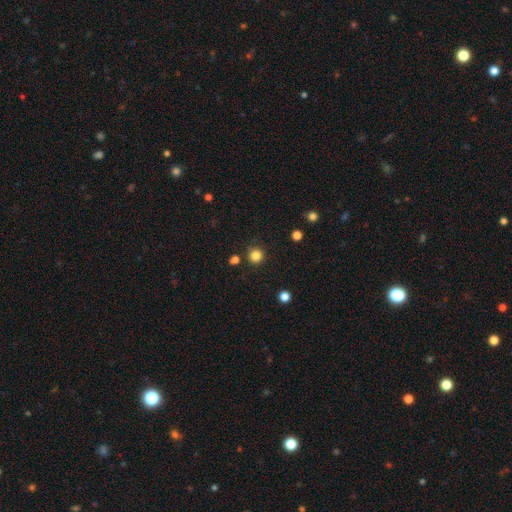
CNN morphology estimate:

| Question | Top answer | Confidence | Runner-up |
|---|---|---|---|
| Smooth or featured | smooth | 83% | star or artifact (13%) |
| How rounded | round | 94% | in between (5%) |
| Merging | none | 86% | minor disturbance (8%) |